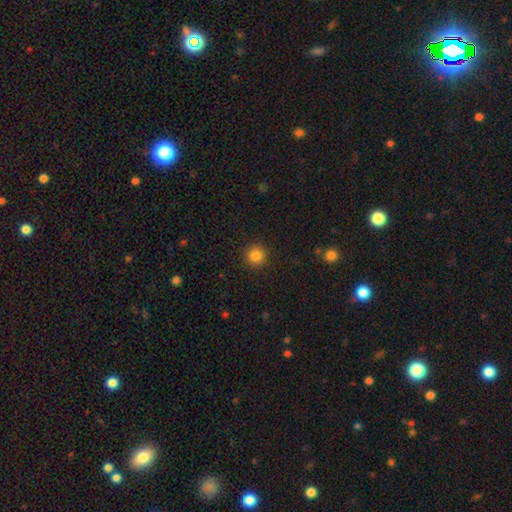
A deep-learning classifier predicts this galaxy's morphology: smooth 84%, star or artifact 11%, featured or disk 5%. Down the decision tree: how rounded — round (94%); merging — none (91%).